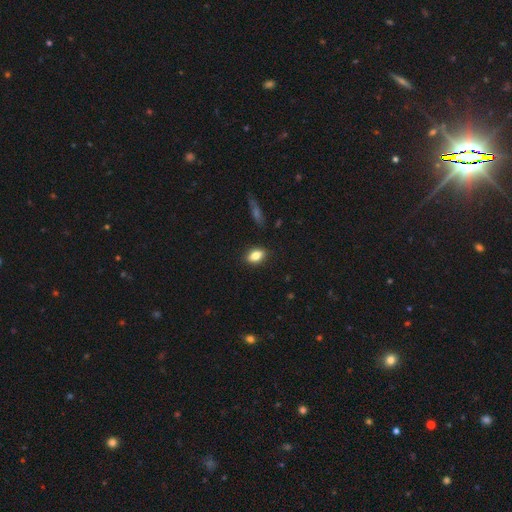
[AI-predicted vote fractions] smooth 78%, featured or disk 13%, star or artifact 9%. Down the decision tree: how rounded — in between (81%); merging — none (87%).